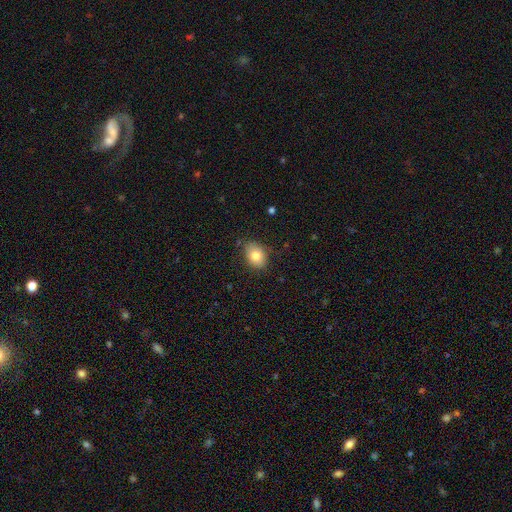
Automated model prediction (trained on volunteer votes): Smooth or featured?
  - smooth: 79% *
  - featured or disk: 12%
  - star or artifact: 8%
How rounded?
  - in between: 72% *
  - round: 27%
  - cigar-shaped: 1%
Merging?
  - none: 80% *
  - minor disturbance: 15%
  - major disturbance: 3%
  - merger: 1%